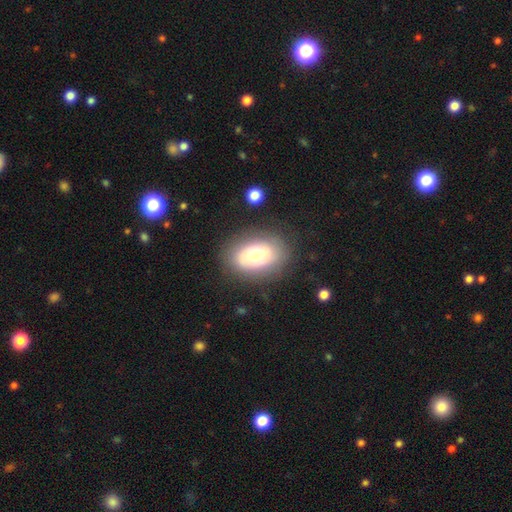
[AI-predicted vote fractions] Smooth or featured?
  - smooth: 68% *
  - featured or disk: 23%
  - star or artifact: 9%
How rounded?
  - in between: 80% *
  - round: 18%
  - cigar-shaped: 1%
Merging?
  - none: 79% *
  - minor disturbance: 14%
  - major disturbance: 6%
  - merger: 2%